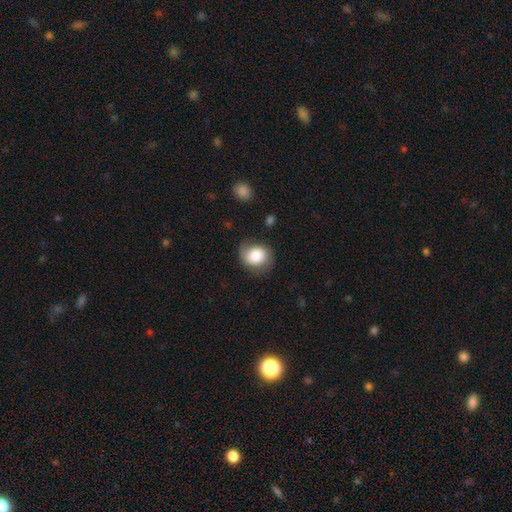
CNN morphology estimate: smooth 75%, featured or disk 17%, star or artifact 8%. Down the decision tree: how rounded — round (64%); merging — none (70%).